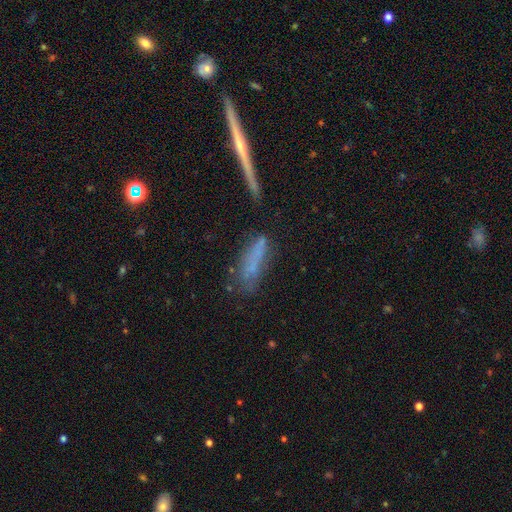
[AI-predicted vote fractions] This is possibly a smooth galaxy (50%). Merging: likely none (62%).